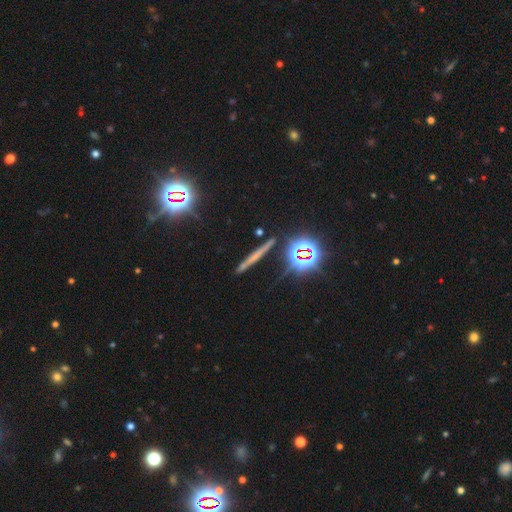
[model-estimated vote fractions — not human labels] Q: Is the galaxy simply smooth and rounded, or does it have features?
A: featured or disk — 37%.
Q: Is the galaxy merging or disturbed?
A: none — 86%.